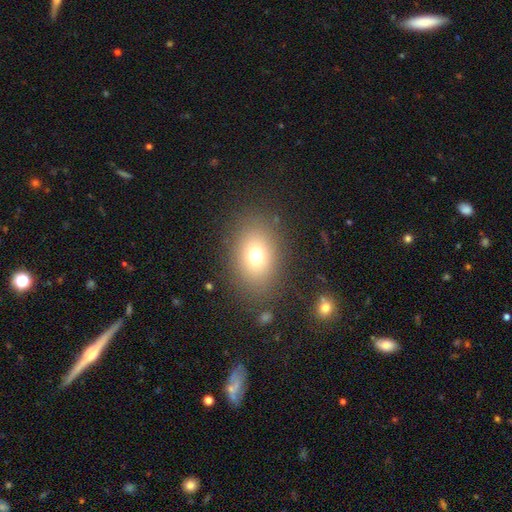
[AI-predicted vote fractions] smooth 71%, star or artifact 16%, featured or disk 13%. Down the decision tree: how rounded — in between (64%); merging — none (83%).